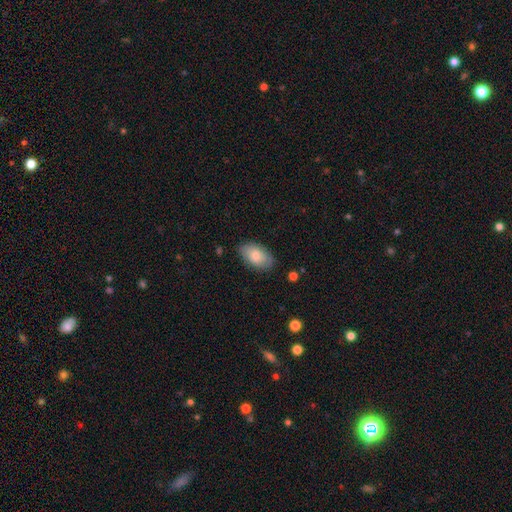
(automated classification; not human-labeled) Q: Smooth or featured?
A: smooth (78%); runner-up: featured or disk (16%)
Q: How rounded?
A: in between (93%); runner-up: round (5%)
Q: Merging?
A: none (81%); runner-up: minor disturbance (15%)